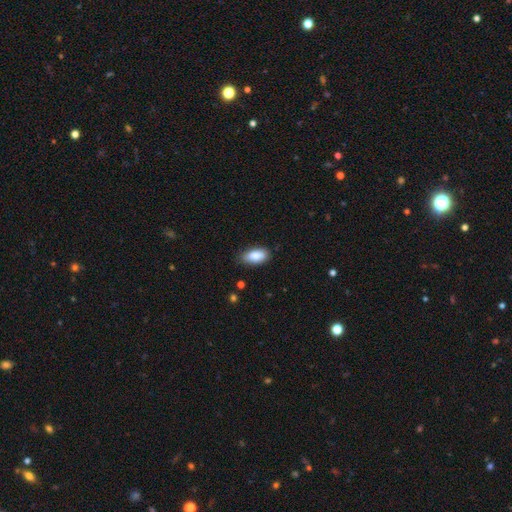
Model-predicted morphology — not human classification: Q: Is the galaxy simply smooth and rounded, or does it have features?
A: smooth — 88%.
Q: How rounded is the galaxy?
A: in between — 92%.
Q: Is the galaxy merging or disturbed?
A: none — 80%.